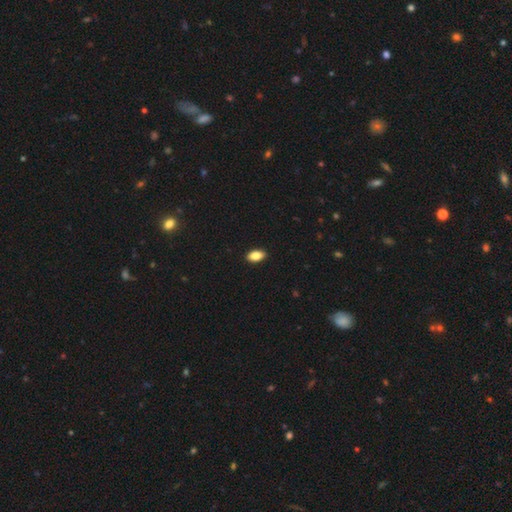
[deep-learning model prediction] This appears to be a smooth galaxy with no disk features (84%) that is in between round and cigar-shaped (91%). Merging: none (90%).